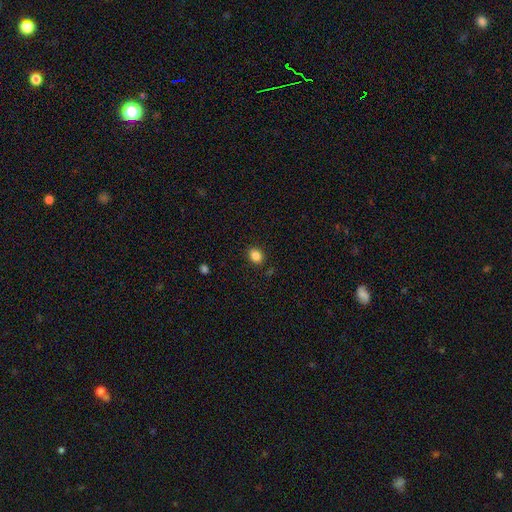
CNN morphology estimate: A smooth galaxy with no disk features (85%) that is in between round and cigar-shaped (57%).

Vote fractions:
- Smooth or featured? smooth: 85% / star or artifact: 10% / featured or disk: 4%
- How rounded? in between: 57% / round: 42% / cigar-shaped: 1%
- Merging? none: 88% / minor disturbance: 9% / major disturbance: 2% / merger: 1%